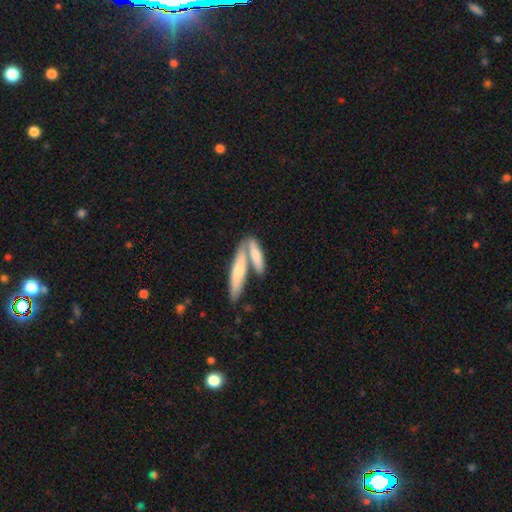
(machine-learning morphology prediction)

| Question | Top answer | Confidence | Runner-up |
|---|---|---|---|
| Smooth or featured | smooth | 66% | featured or disk (29%) |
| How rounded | cigar-shaped | 67% | in between (30%) |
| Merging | merger | 44% | none (42%) |